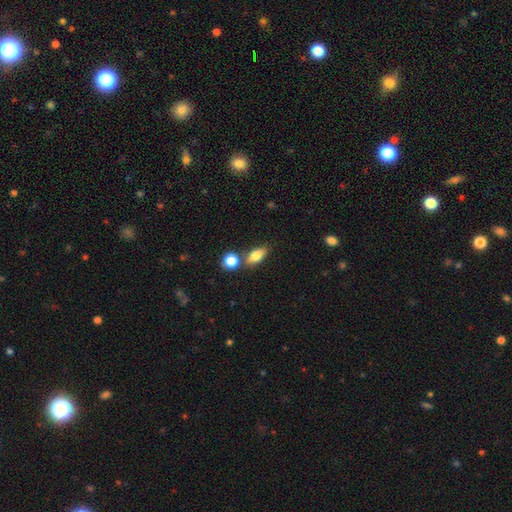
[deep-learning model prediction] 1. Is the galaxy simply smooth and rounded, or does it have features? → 78% smooth, 13% featured or disk, 9% star or artifact.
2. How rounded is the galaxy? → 78% in between, 13% cigar-shaped, 9% round.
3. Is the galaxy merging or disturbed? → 64% none, 19% merger, 13% minor disturbance, 4% major disturbance.